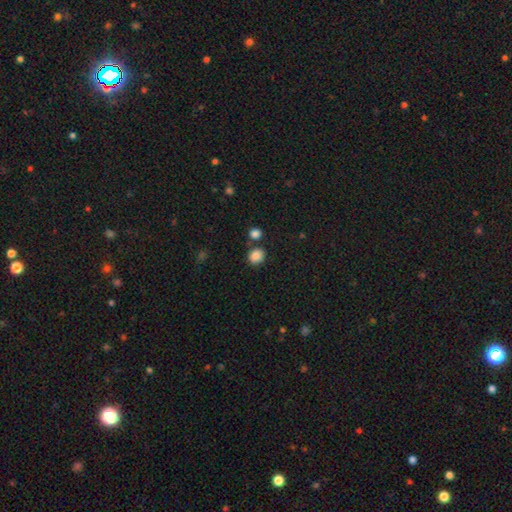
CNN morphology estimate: A smooth galaxy with no disk features (86%) that is round (68%). Merging: none (76%).